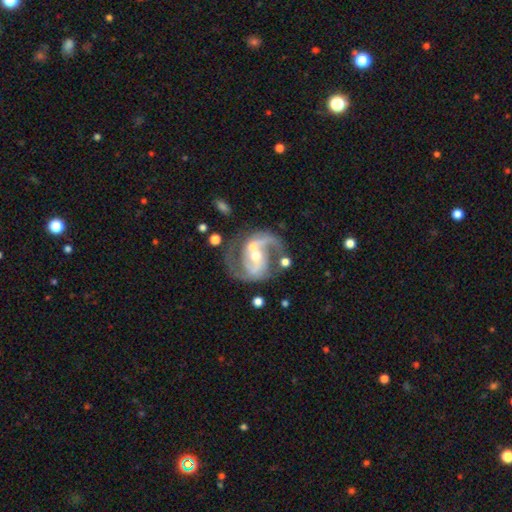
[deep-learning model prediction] A featured or disk galaxy (90%) with a weak bar (36%, tied with no), 2 (90%) medium (59%) spiral arms (97%) and a moderate central bulge (56%).

Vote fractions:
- Smooth or featured? featured or disk: 90% / star or artifact: 5% / smooth: 5%
- Edge-on disk? no: 98% / yes: 2%
- Bar? weak: 36% (tied) / no: 36% (tied) / strong: 28%
- Spiral arms? yes: 97% / no: 3%
- Spiral winding? medium: 59% / loose: 23% / tight: 18%
- Spiral arm count? 2: 90% / 1: 3% / can't tell: 3% / 3: 2% / 4: 1% / more than 4: 1%
- Bulge size? moderate: 56% / small: 38% / large: 4% / none: 2% / dominant: 1%
- Merging? none: 57% / merger: 16% / minor disturbance: 15% / major disturbance: 11%